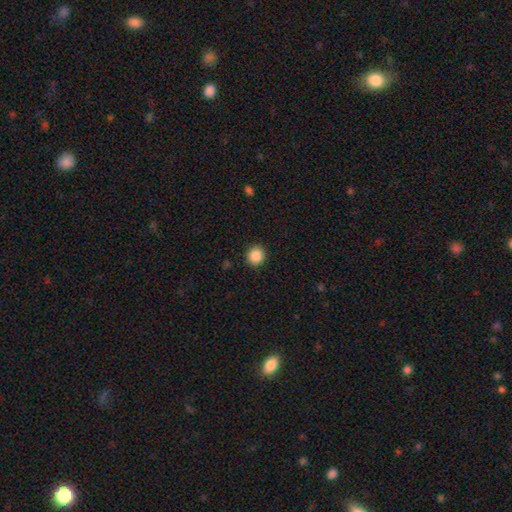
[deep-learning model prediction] This appears to be a smooth galaxy with no disk features (87%) that is round (87%). Merging: none (91%).